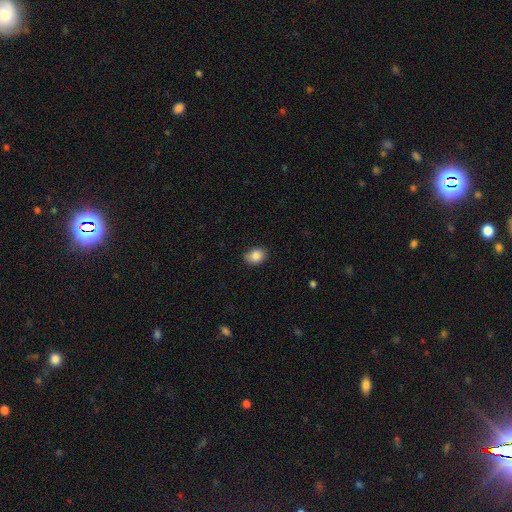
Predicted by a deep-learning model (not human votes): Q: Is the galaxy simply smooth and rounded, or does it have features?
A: smooth — 87%.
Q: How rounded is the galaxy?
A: in between — 60%.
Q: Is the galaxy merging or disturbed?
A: none — 83%.